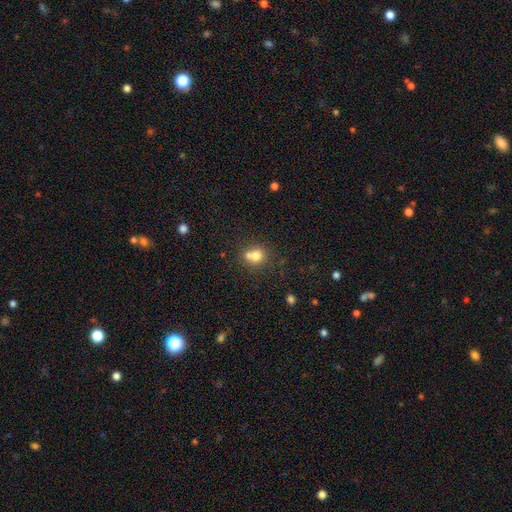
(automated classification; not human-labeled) The model was most divided on "merging": merger: 45%, none: 42%, minor disturbance: 9%, major disturbance: 3%. More confident: how rounded — round (76%); smooth or featured — smooth (73%).